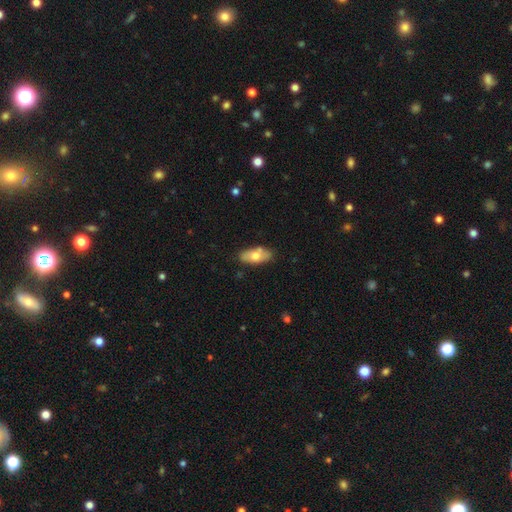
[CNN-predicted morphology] A smooth galaxy with no disk features (66%) that is in between round and cigar-shaped (85%). Merging: none (78%).